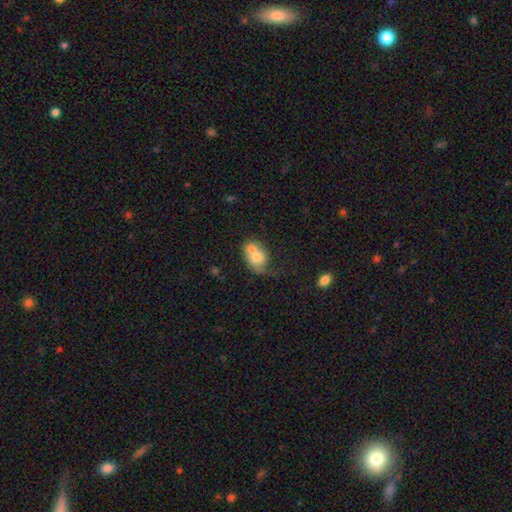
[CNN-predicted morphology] The model was most divided on "merging": merger: 51%, none: 20%, minor disturbance: 15%, major disturbance: 14%. More confident: how rounded — in between (71%); smooth or featured — smooth (64%).